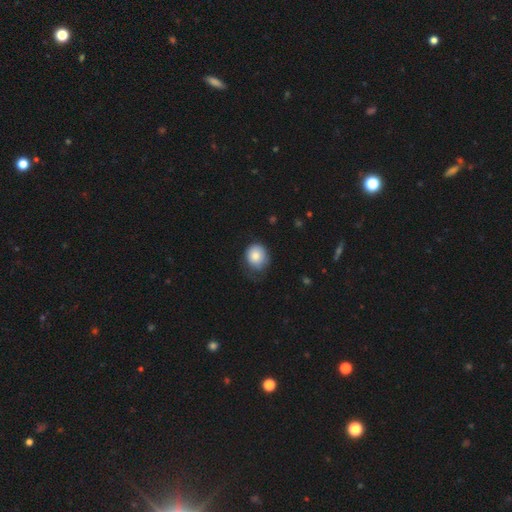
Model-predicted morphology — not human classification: Smooth or featured? Predicted: smooth (p=0.82). How rounded? Predicted: round (p=0.72). Merging? Predicted: none (p=0.51).